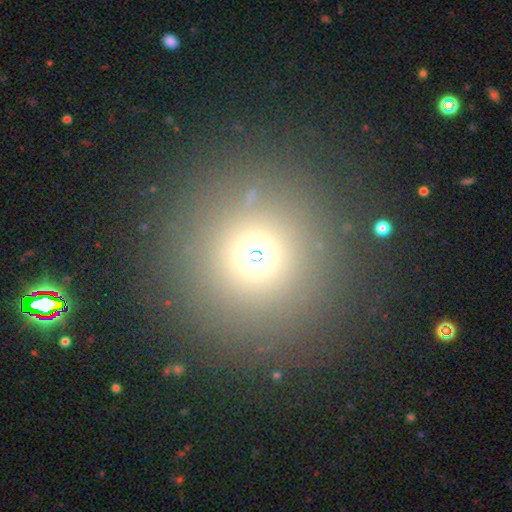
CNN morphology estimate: A smooth galaxy with no disk features (62%) that is round (89%). Merging: none (84%).